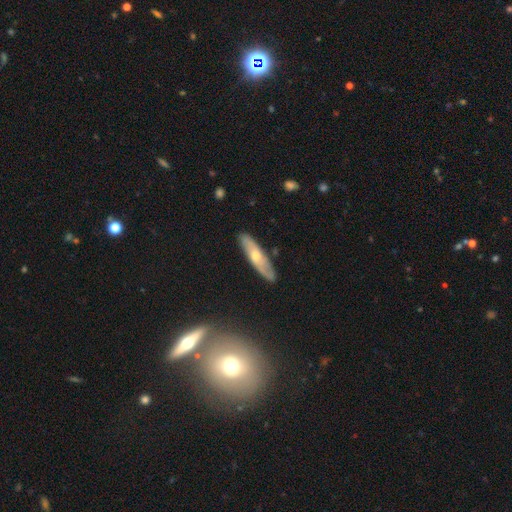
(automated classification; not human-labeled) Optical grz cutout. It shows a featured or disk galaxy (52%) viewed edge-on (53%). Merging: none (82%).